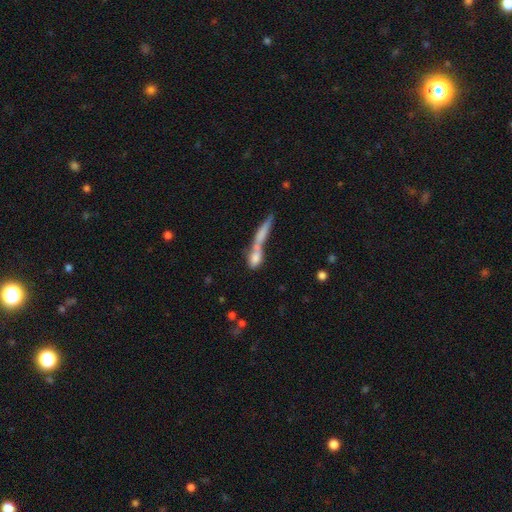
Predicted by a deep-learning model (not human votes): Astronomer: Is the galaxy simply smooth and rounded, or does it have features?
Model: smooth — 67%.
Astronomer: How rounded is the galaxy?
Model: in between — 46% (runner-up: cigar-shaped, 44%).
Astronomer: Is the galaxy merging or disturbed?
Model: merger — 62%.